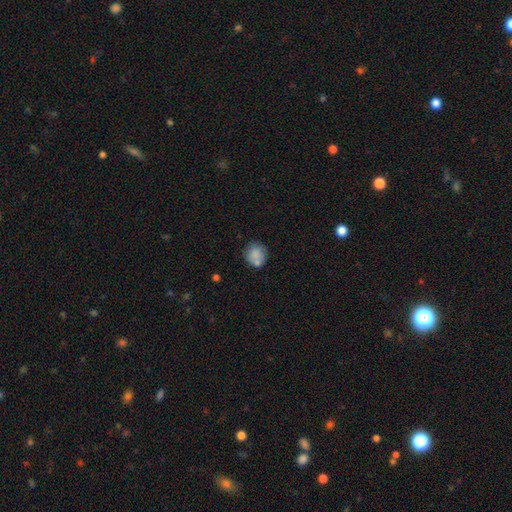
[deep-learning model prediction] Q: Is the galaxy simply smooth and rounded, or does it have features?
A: smooth — 77%.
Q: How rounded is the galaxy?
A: round — 82%.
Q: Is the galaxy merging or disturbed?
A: none — 59%.